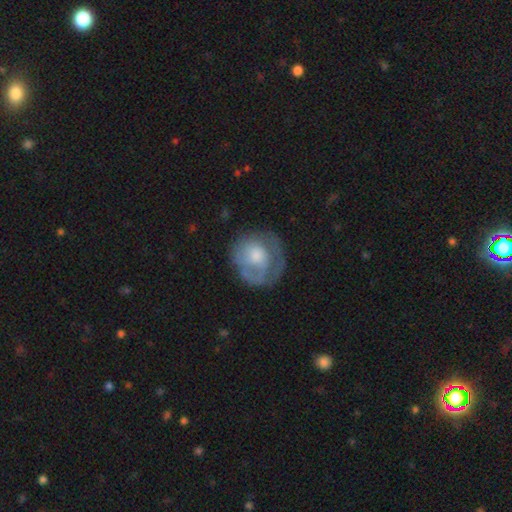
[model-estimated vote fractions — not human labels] smooth 48%, featured or disk 45%, star or artifact 7%. Down the decision tree: merging — none (59%).